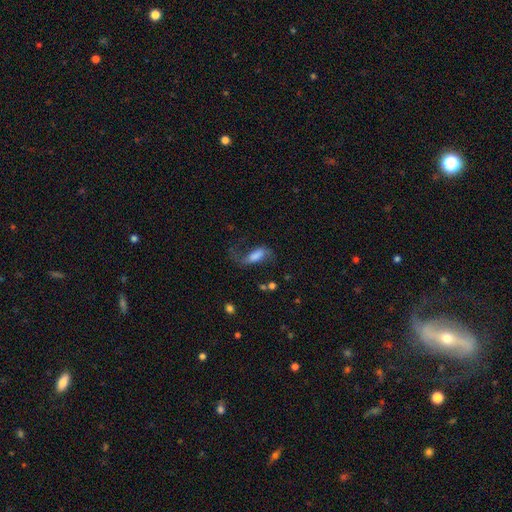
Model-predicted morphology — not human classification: This is possibly a featured or disk galaxy (49%). Merging: marginally none (41%).